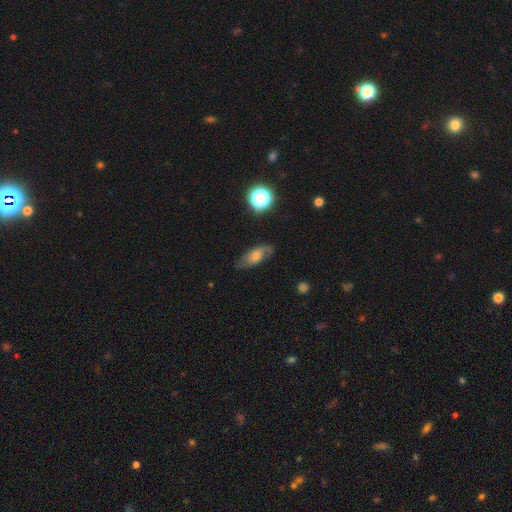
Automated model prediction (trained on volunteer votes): Overall: featured or disk (46%; smooth 44%). Merging: none (69%).